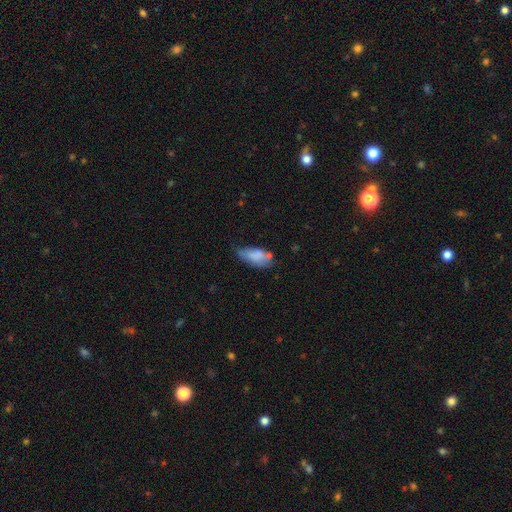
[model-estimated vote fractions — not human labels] This appears to be a smooth galaxy with no disk features (77%) that is in between round and cigar-shaped (87%). Merging: minor disturbance (39%).